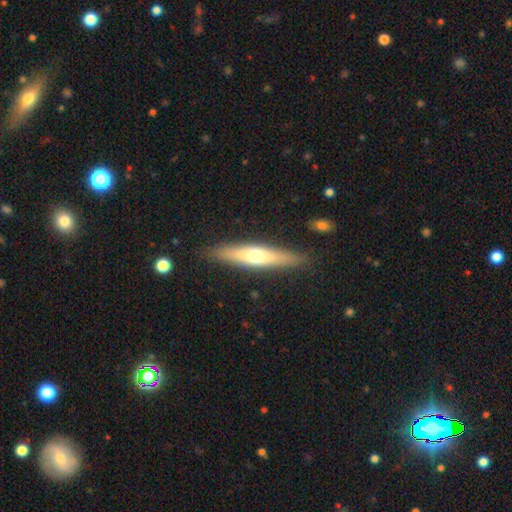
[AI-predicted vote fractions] A featured or disk galaxy (49%).

Vote fractions:
- Smooth or featured? featured or disk: 49% / smooth: 45% / star or artifact: 5%
- Merging? none: 88% / minor disturbance: 9% / major disturbance: 2% / merger: 1%